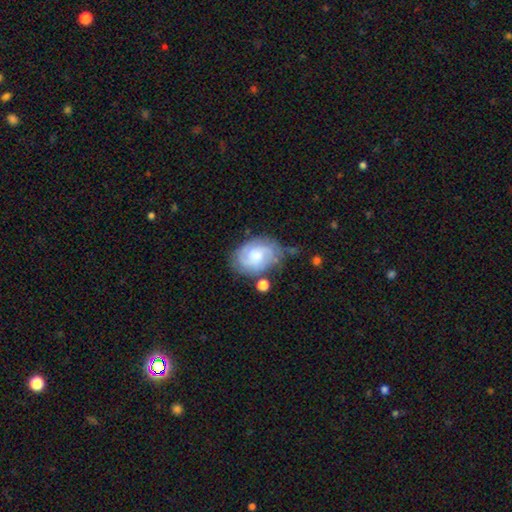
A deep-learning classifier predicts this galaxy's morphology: Q: Smooth or featured?
A: featured or disk (66%); runner-up: smooth (26%)
Q: Edge-on disk?
A: no (97%); runner-up: yes (3%)
Q: Bar?
A: no (64%); runner-up: weak (31%)
Q: Spiral arms?
A: yes (90%); runner-up: no (10%)
Q: Spiral winding?
A: tight (57%); runner-up: medium (34%)
Q: Spiral arm count?
A: 2 (39%); runner-up: can't tell (31%)
Q: Bulge size?
A: moderate (39%); runner-up: small (27%)
Q: Merging?
A: none (60%); runner-up: minor disturbance (25%)